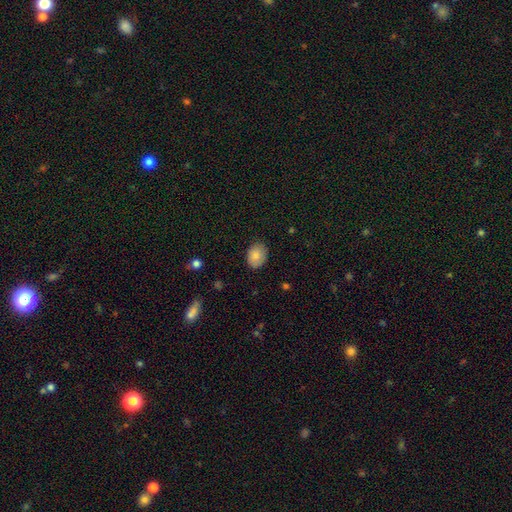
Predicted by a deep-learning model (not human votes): smooth-or-featured: smooth: 83% | featured or disk: 10% | star or artifact: 7%
  how-rounded: in between: 68% | round: 32% | cigar-shaped: 1%
  merging: none: 83% | minor disturbance: 13% | major disturbance: 3% | merger: 1%